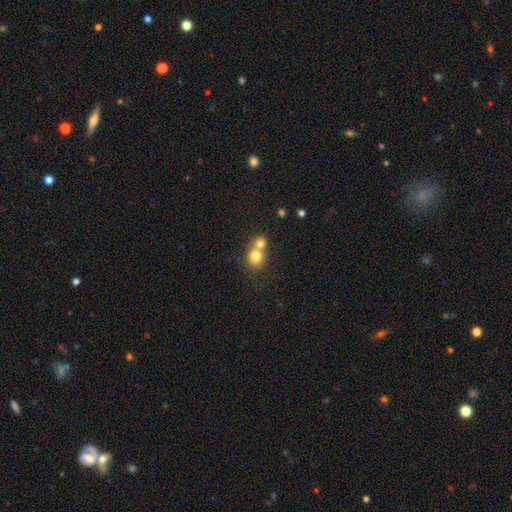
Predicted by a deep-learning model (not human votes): smooth-or-featured: smooth: 76% | featured or disk: 14% | star or artifact: 10%
  how-rounded: round: 77% | in between: 22% | cigar-shaped: 1%
  merging: merger: 64% | none: 28% | minor disturbance: 5% | major disturbance: 2%